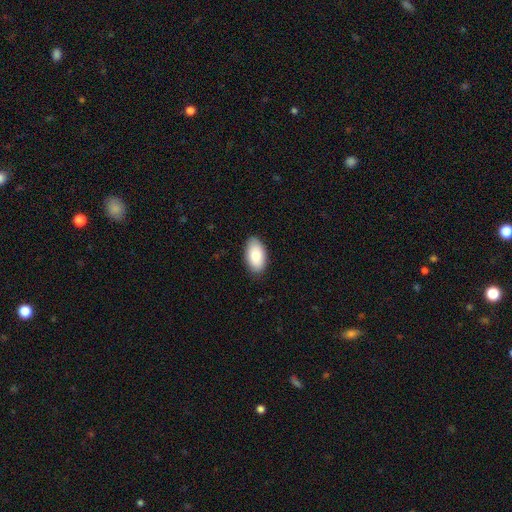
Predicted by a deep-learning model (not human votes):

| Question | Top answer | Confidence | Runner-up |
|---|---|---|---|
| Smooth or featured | smooth | 85% | featured or disk (9%) |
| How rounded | in between | 95% | round (3%) |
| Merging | none | 87% | minor disturbance (11%) |